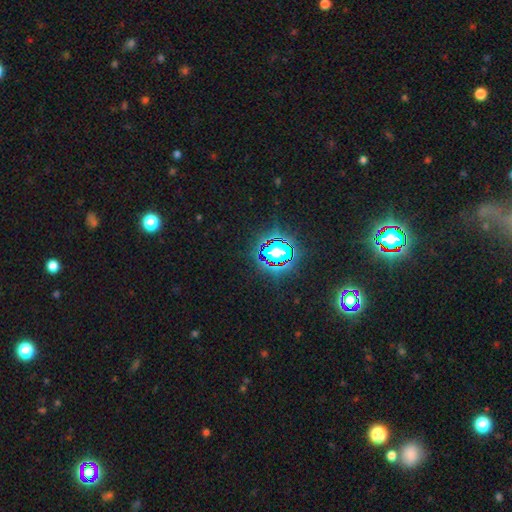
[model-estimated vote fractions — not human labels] Smooth or featured?
  - star or artifact: 81% *
  - smooth: 12%
  - featured or disk: 7%